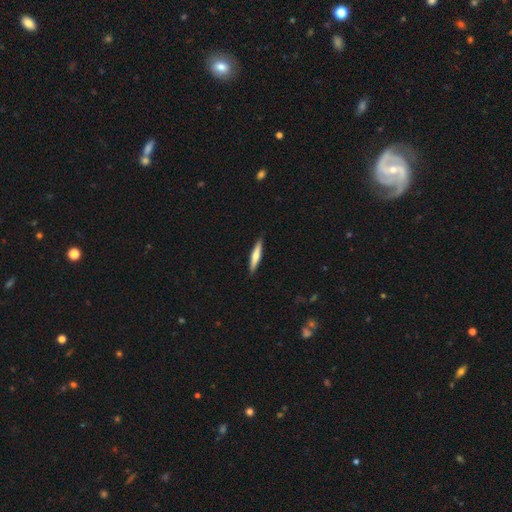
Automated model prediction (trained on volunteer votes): Smooth or featured? Predicted: smooth (p=0.55). How rounded? Predicted: cigar-shaped (p=0.90). Merging? Predicted: none (p=0.90).